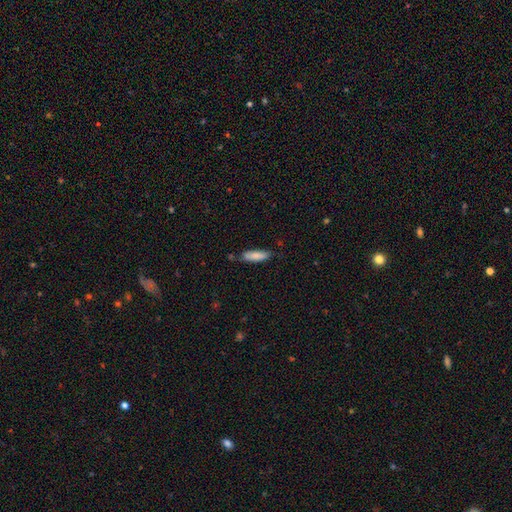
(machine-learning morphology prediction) type=smooth (84%); roundness=cigar-shaped (56%); merging=none (71%).